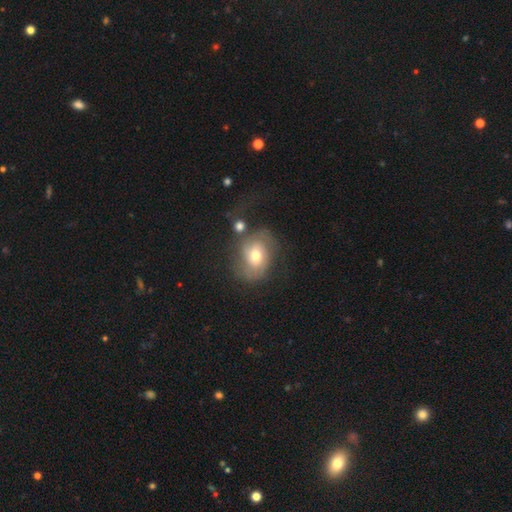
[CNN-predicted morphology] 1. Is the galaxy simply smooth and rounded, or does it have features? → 51% featured or disk, 40% smooth, 9% star or artifact.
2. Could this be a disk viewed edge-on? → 96% no, 4% yes.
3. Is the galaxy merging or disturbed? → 47% none, 22% minor disturbance, 20% major disturbance, 11% merger.